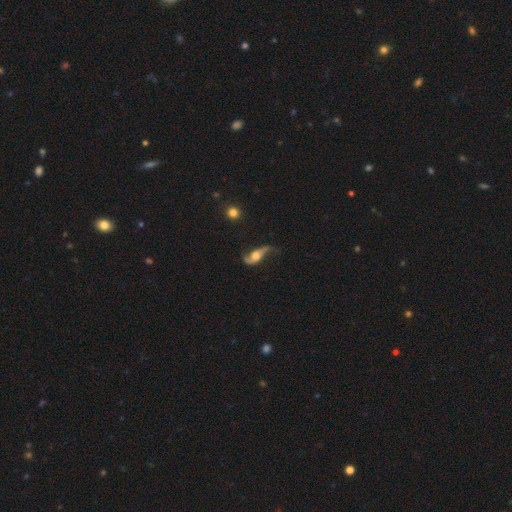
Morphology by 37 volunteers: Smooth or featured: featured or disk — 78% (smooth — 16%)
Edge-on disk: no — 76% (yes — 24%)
Bar: no — 77% (weak — 14%)
Spiral arms: yes — 82% (no — 18%)
Spiral winding: loose — 89% (medium — 11%)
Spiral arm count: 2 — 89% (1 — 11%)
Bulge size: large — 50% (moderate — 32%)
Merging: none — 40% (major disturbance — 37%)